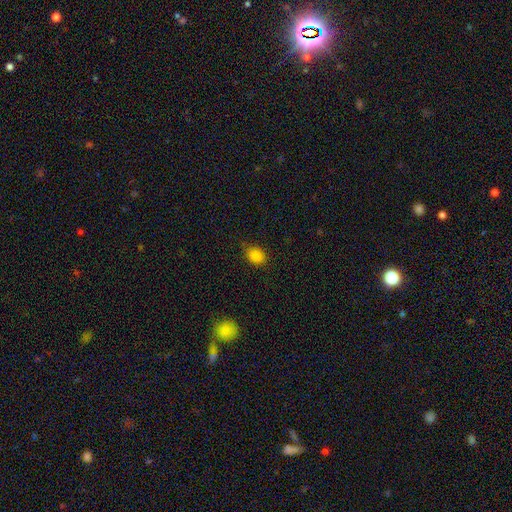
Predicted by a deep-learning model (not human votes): A smooth galaxy with no disk features (84%) that is in between round and cigar-shaped (56%).

Vote fractions:
- Smooth or featured? smooth: 84% / star or artifact: 12% / featured or disk: 4%
- How rounded? in between: 56% / round: 43% / cigar-shaped: 1%
- Merging? none: 79% / minor disturbance: 16% / major disturbance: 3% / merger: 1%